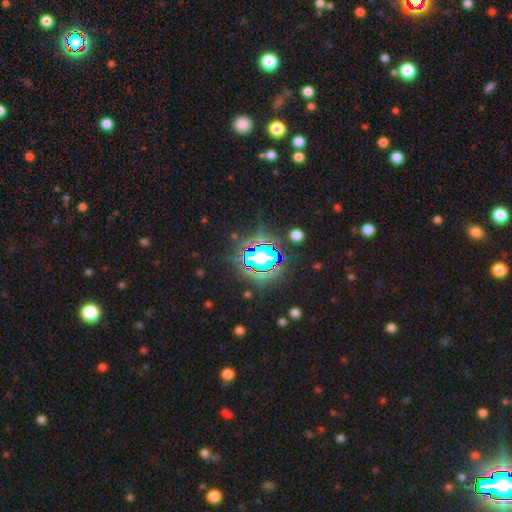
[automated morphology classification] This appears to be a star or artifact, not a galaxy (73%).